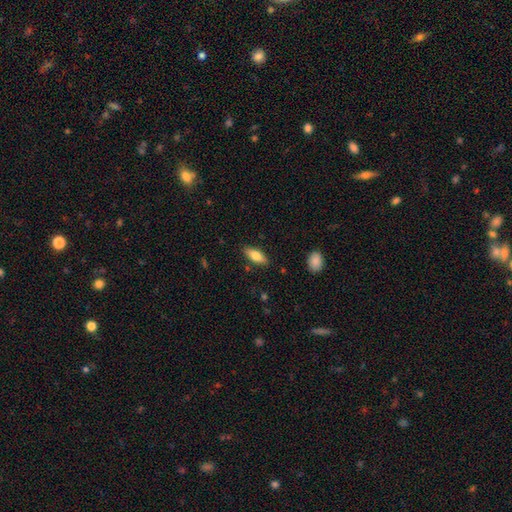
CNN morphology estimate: Smooth or featured? smooth (74%)
How rounded? in between (74%)
Merging? none (86%)